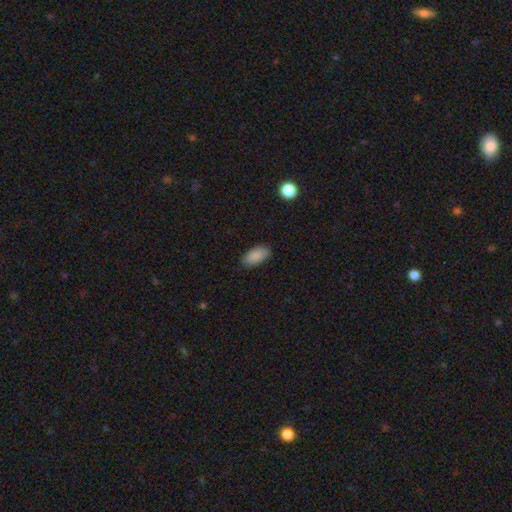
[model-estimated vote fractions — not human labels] Smooth or featured: smooth — 89% (star or artifact — 7%)
How rounded: in between — 93% (cigar-shaped — 5%)
Merging: none — 85% (minor disturbance — 12%)